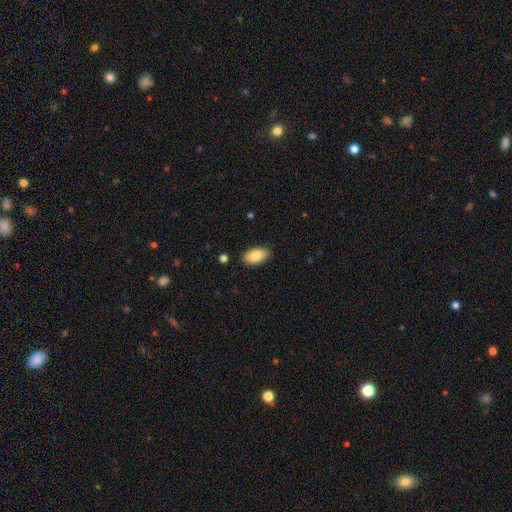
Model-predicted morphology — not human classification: This appears to be a smooth galaxy with no disk features (85%) that is in between round and cigar-shaped (94%). Merging: none (87%).